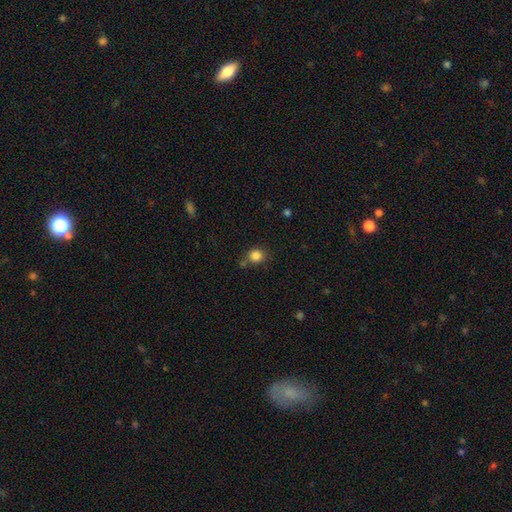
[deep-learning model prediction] Morphology: type=smooth (84%); roundness=round (79%); merging=none (72%).